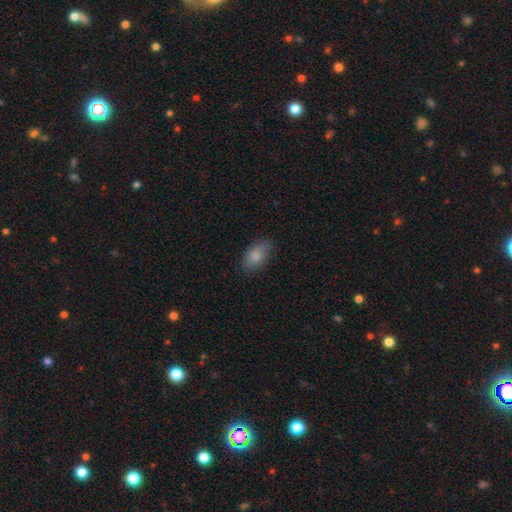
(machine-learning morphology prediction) smooth-or-featured: smooth: 85% | featured or disk: 8% | star or artifact: 7%
  how-rounded: in between: 92% | round: 5% | cigar-shaped: 3%
  merging: none: 75% | minor disturbance: 19% | major disturbance: 5% | merger: 1%